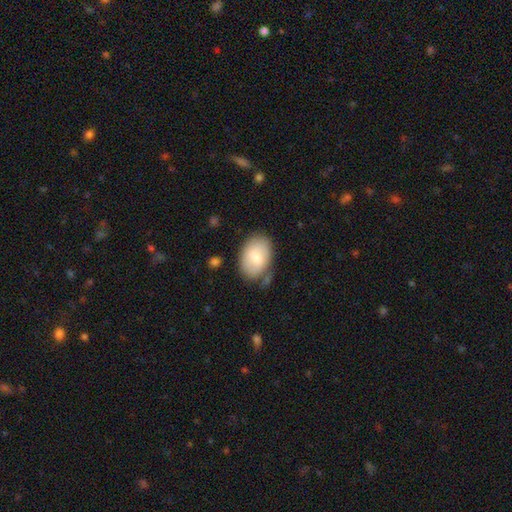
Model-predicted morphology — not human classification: A smooth galaxy with no disk features (70%) that is in between round and cigar-shaped (87%).

Vote fractions:
- Smooth or featured? smooth: 70% / featured or disk: 24% / star or artifact: 6%
- How rounded? in between: 87% / round: 12% / cigar-shaped: 1%
- Merging? none: 70% / minor disturbance: 19% / major disturbance: 6% / merger: 5%